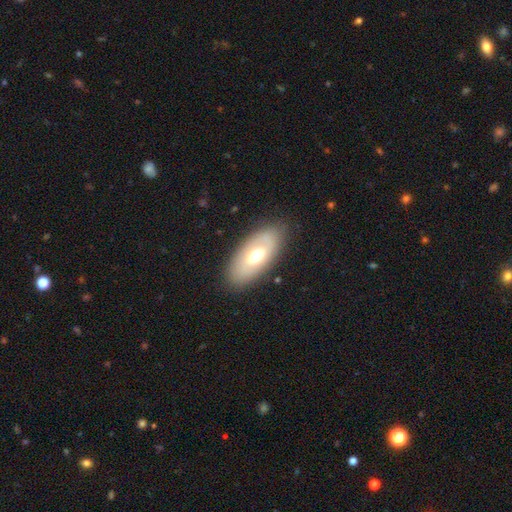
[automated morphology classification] type=smooth (55%); roundness=in between (91%); merging=none (83%).